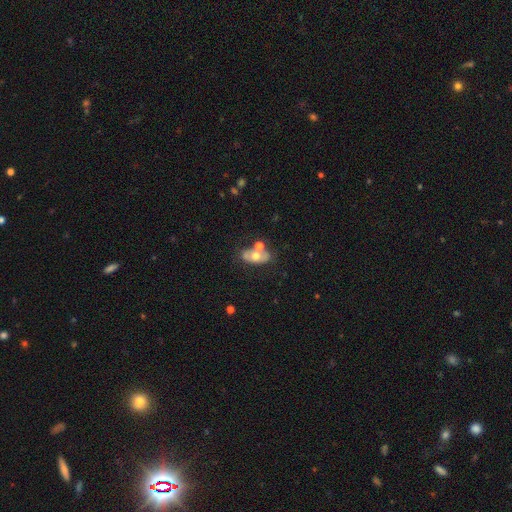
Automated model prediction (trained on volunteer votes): This appears to be a smooth galaxy with no disk features (47%). Merging: none (50%).